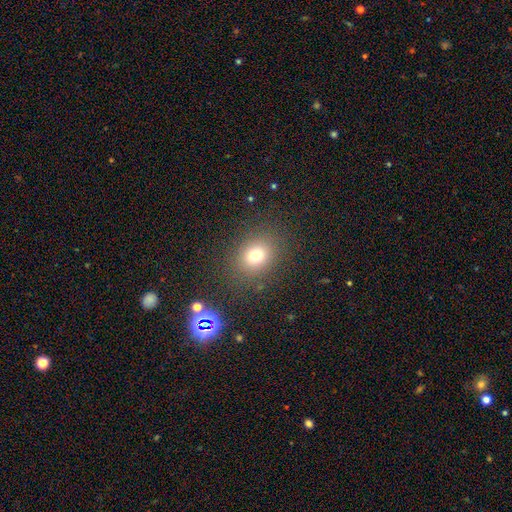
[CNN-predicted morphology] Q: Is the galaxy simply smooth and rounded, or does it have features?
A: smooth — 73%.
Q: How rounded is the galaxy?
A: round — 62%.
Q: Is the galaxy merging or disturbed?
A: none — 84%.